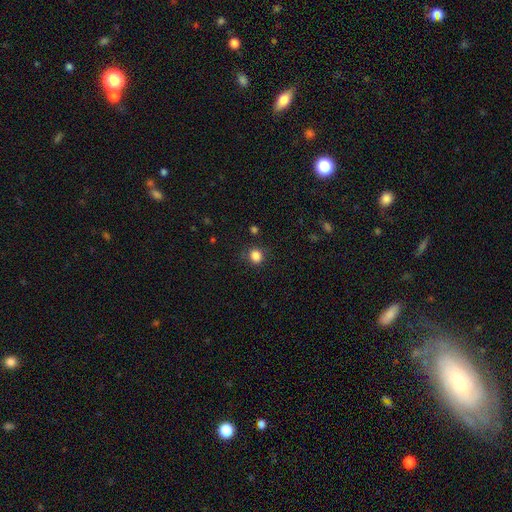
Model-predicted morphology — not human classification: Smooth or featured?
  - smooth: 85% *
  - star or artifact: 11%
  - featured or disk: 4%
How rounded?
  - round: 80% *
  - in between: 19%
  - cigar-shaped: 1%
Merging?
  - none: 85% *
  - minor disturbance: 11%
  - major disturbance: 3%
  - merger: 2%